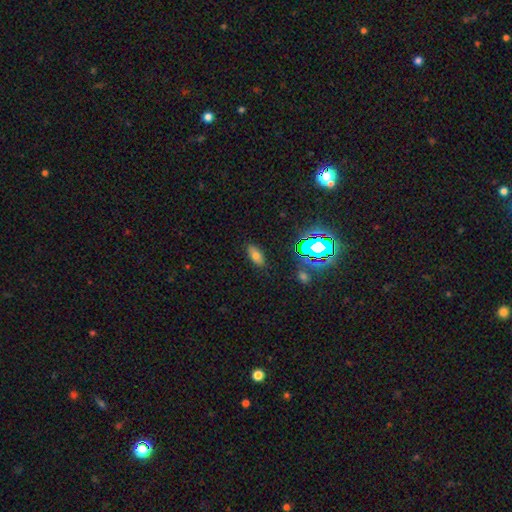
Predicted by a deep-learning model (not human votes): A smooth galaxy with no disk features (66%) that is in between round and cigar-shaped (85%).

Vote fractions:
- Smooth or featured? smooth: 66% / star or artifact: 20% / featured or disk: 14%
- How rounded? in between: 85% / cigar-shaped: 11% / round: 4%
- Merging? none: 86% / minor disturbance: 10% / major disturbance: 3% / merger: 2%